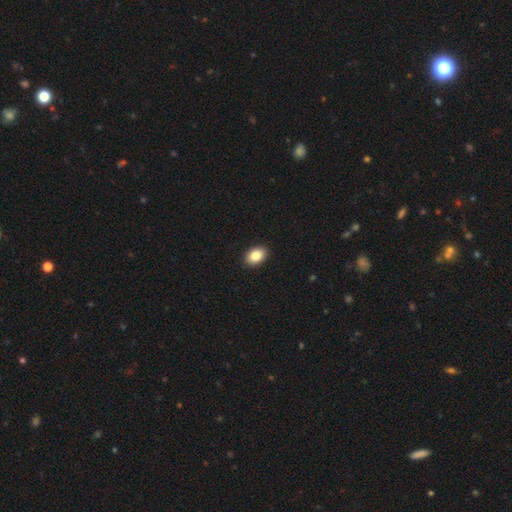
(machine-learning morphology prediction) A smooth galaxy with no disk features (86%) that is in between round and cigar-shaped (86%). Merging: none (91%).